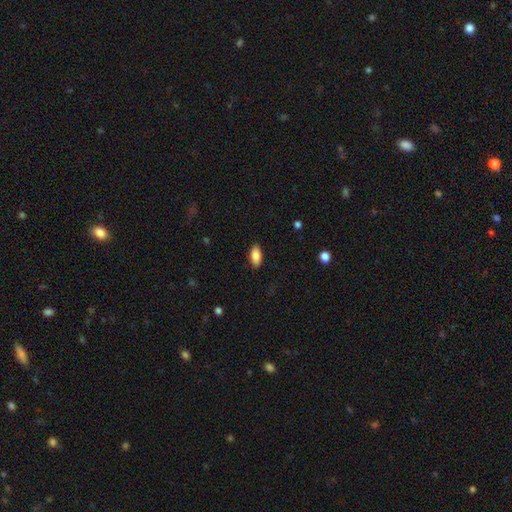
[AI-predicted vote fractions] Smooth or featured: smooth — 87% (star or artifact — 7%)
How rounded: in between — 90% (cigar-shaped — 8%)
Merging: none — 88% (minor disturbance — 9%)